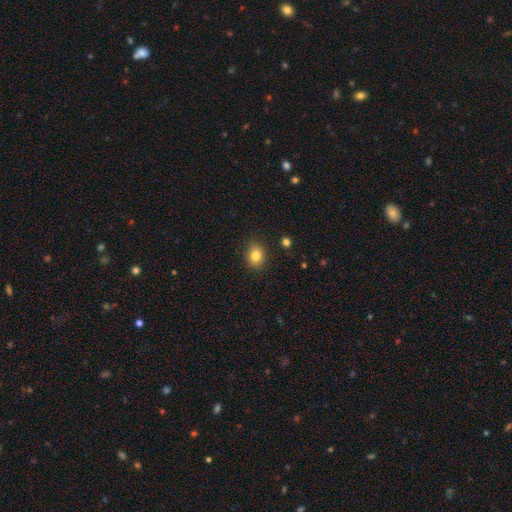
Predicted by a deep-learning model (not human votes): smooth 83%, star or artifact 10%, featured or disk 7%. Down the decision tree: how rounded — round (56%); merging — none (84%).